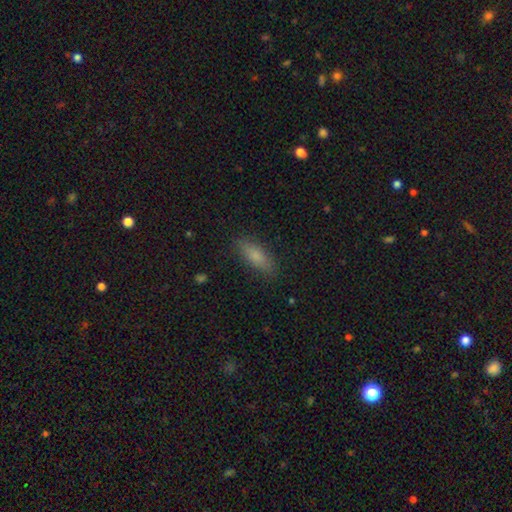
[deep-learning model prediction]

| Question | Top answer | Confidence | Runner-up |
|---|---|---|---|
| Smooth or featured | smooth | 78% | featured or disk (14%) |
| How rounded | in between | 60% | cigar-shaped (37%) |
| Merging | none | 85% | minor disturbance (11%) |